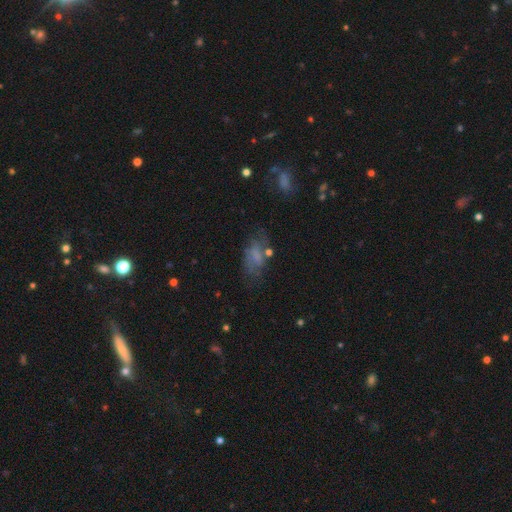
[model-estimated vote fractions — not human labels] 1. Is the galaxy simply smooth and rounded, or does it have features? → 50% smooth, 36% featured or disk, 14% star or artifact.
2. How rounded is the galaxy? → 85% in between, 8% cigar-shaped, 7% round.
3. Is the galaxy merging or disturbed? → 51% none, 24% minor disturbance, 19% major disturbance, 6% merger.